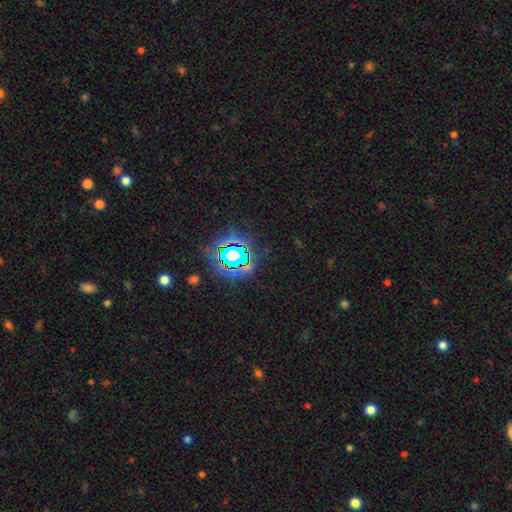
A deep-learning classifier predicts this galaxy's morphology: Q: Smooth or featured?
A: star or artifact (82%); runner-up: smooth (11%)